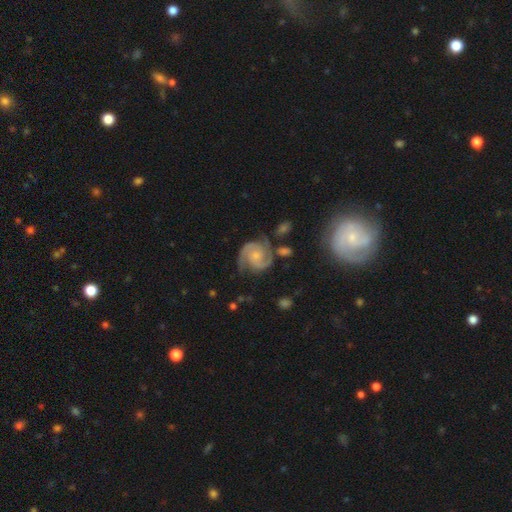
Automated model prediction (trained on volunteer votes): The model was most divided on "spiral winding": medium: 47%, tight: 44%, loose: 9%. More confident: edge-on disk — no (98%); spiral arms — yes (98%); smooth or featured — featured or disk (89%); spiral arm count — 2 (82%); bar — no (69%); merging — none (67%); bulge size — small (58%).